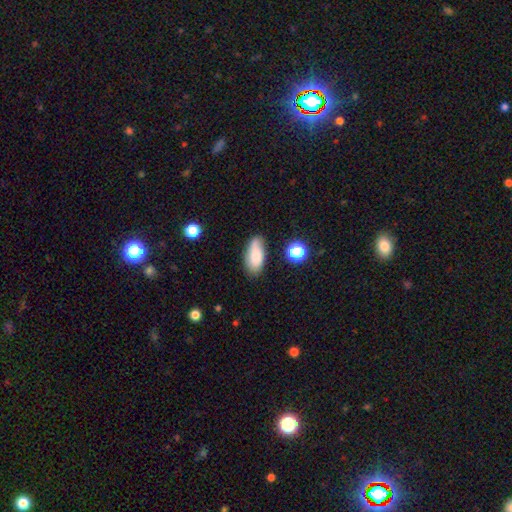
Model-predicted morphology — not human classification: smooth 78%, featured or disk 14%, star or artifact 8%. Down the decision tree: how rounded — in between (87%); merging — none (70%).